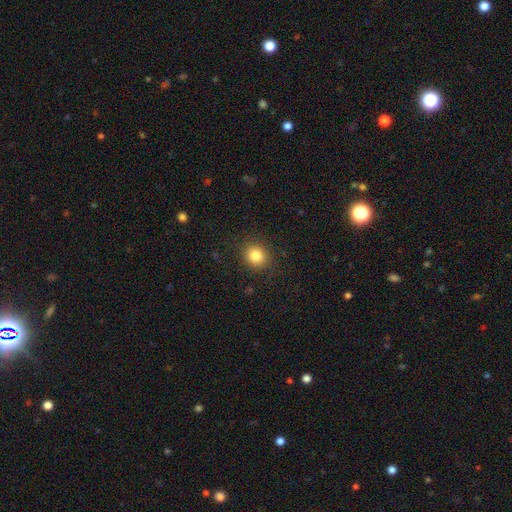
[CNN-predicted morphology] Smooth or featured? Predicted: smooth (p=0.83). How rounded? Predicted: round (p=0.84). Merging? Predicted: none (p=0.89).